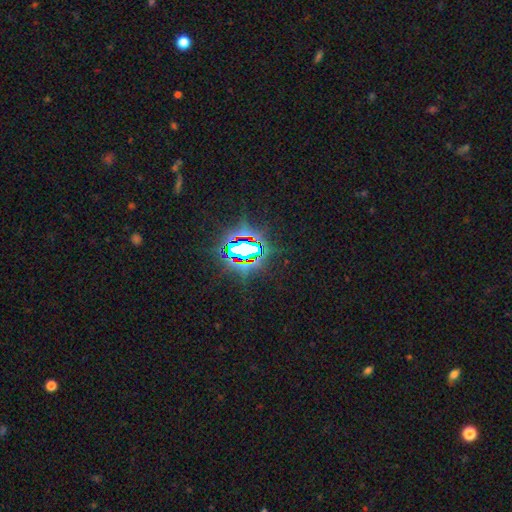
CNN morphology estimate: Q: Smooth or featured?
A: star or artifact (82%); runner-up: smooth (11%)